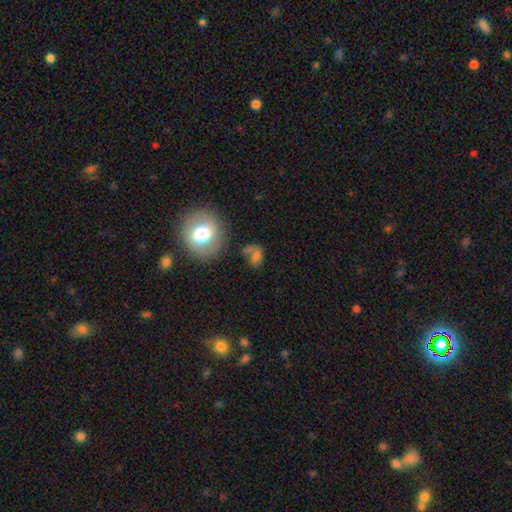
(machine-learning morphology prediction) A smooth galaxy with no disk features (66%) that is in between round and cigar-shaped (51%). Merging: none (42%).